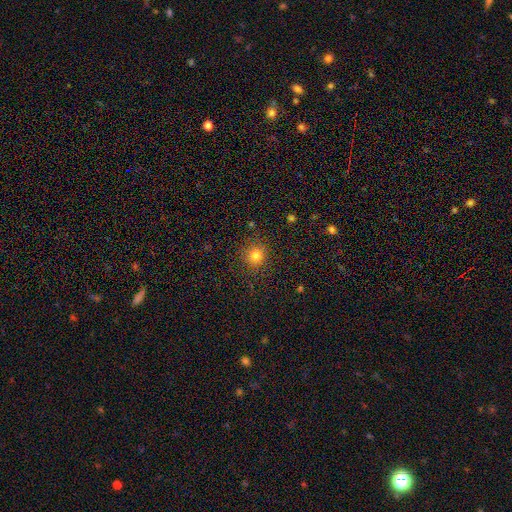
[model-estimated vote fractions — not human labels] smooth_or_featured: smooth (p=0.80) [alt: star or artifact p=0.14]
how_rounded: round (p=0.89) [alt: in between p=0.10]
merging: none (p=0.87) [alt: minor disturbance p=0.08]